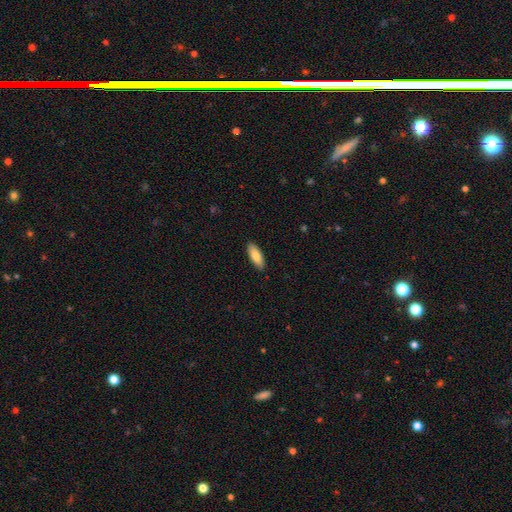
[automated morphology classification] This is clearly a smooth galaxy (85%). How rounded: likely in between (69%). Merging: clearly none (90%).